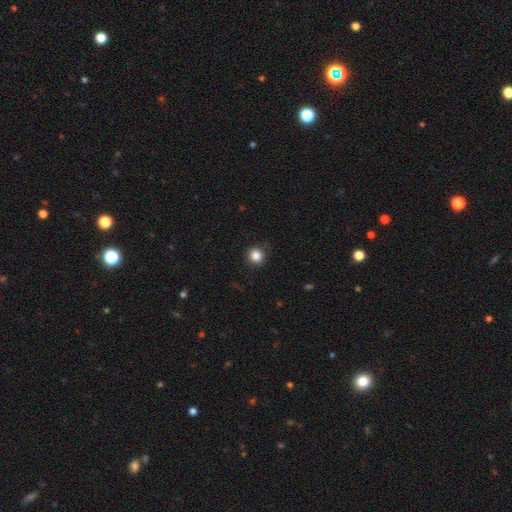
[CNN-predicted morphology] type=smooth (85%); roundness=round (93%); merging=none (89%).